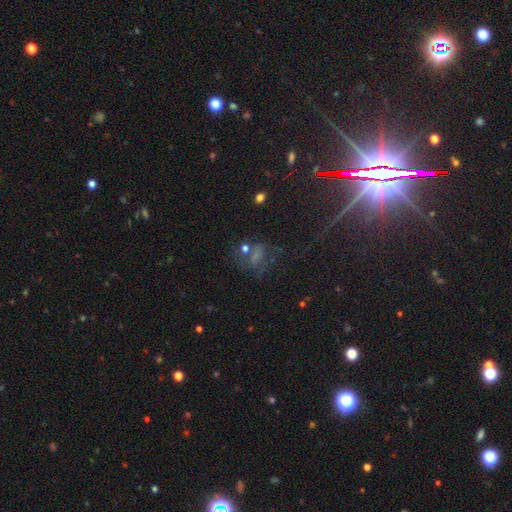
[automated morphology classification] Smooth or featured? Predicted: star or artifact (p=0.40).